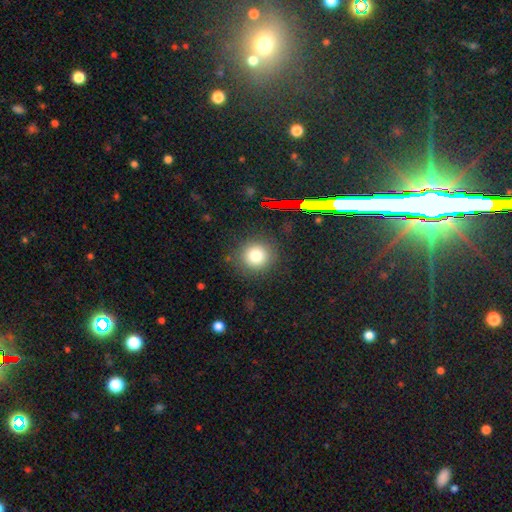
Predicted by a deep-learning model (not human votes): This is likely a smooth galaxy (78%). How rounded: clearly round (91%). Merging: clearly none (87%).